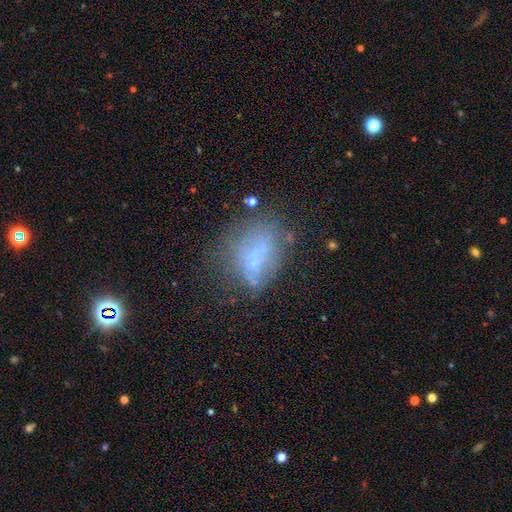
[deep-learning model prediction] Morphology: type=smooth (41%); merging=none (42%).